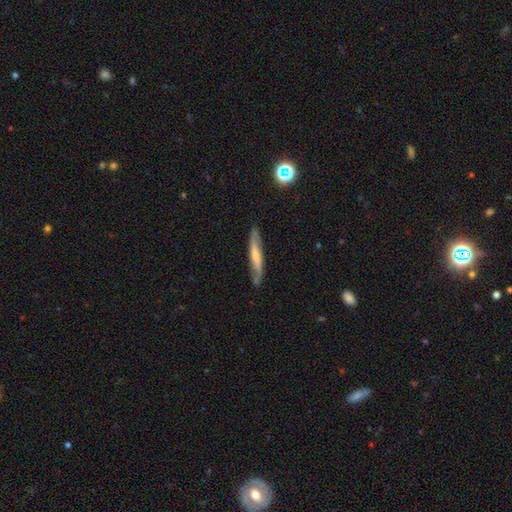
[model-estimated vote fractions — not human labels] Smooth or featured: featured or disk — 52% (smooth — 42%)
Edge-on disk: yes — 57% (no — 43%)
Merging: none — 77% (minor disturbance — 18%)